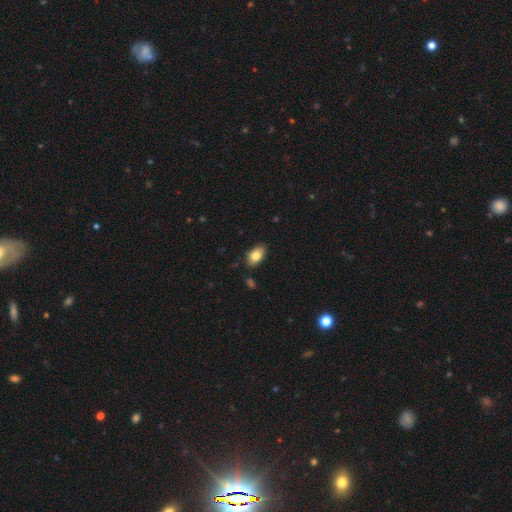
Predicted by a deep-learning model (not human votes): The model was most divided on "smooth or featured": smooth: 81%, featured or disk: 12%, star or artifact: 8%. More confident: how rounded — in between (90%); merging — none (84%).